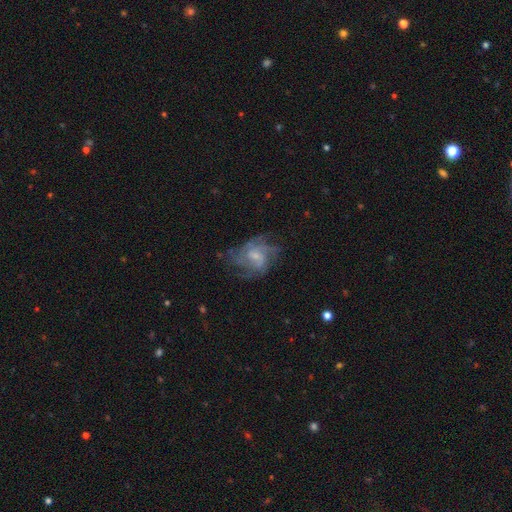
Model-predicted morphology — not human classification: smooth_or_featured: featured or disk (p=0.74) [alt: smooth p=0.18]
disk_edge_on: no (p=0.98) [alt: yes p=0.02]
bar: no (p=0.53) [alt: weak p=0.41]
has_spiral_arms: yes (p=0.84) [alt: no p=0.16]
spiral_winding: medium (p=0.46) [alt: tight p=0.31]
spiral_arm_count: can't tell (p=0.36) [alt: 3 p=0.22]
bulge_size: small (p=0.53) [alt: moderate p=0.31]
merging: none (p=0.55) [alt: minor disturbance p=0.22]